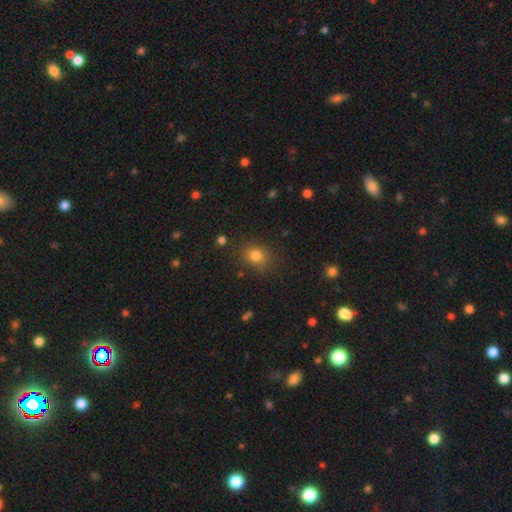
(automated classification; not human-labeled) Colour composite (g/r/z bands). It shows a smooth galaxy with no disk features (80%) that is round (58%). Merging: none (80%).